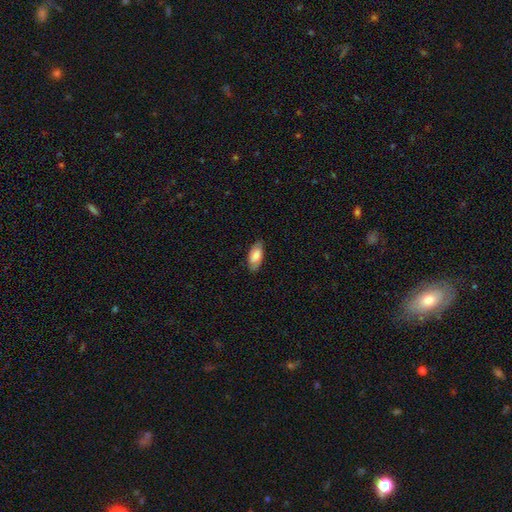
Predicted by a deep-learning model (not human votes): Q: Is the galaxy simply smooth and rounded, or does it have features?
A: smooth — 71%.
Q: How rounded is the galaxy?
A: in between — 90%.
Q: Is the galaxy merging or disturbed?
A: none — 80%.